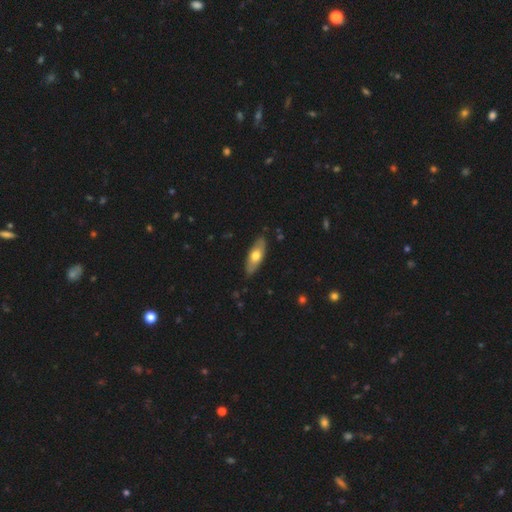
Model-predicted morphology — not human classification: Smooth or featured: smooth — 60% (featured or disk — 35%)
How rounded: in between — 67% (cigar-shaped — 30%)
Merging: none — 86% (minor disturbance — 11%)